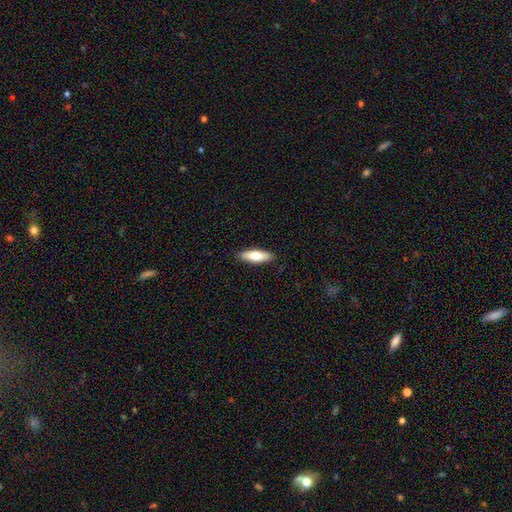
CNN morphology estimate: Smooth or featured: smooth — 71% (featured or disk — 23%)
How rounded: cigar-shaped — 49% (tied with in between — 49%)
Merging: none — 89% (minor disturbance — 8%)